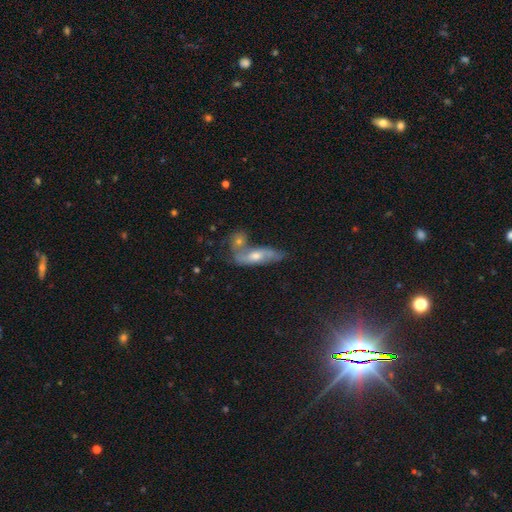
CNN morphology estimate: A featured or disk galaxy (52%).

Vote fractions:
- Smooth or featured? featured or disk: 52% / smooth: 37% / star or artifact: 11%
- Edge-on disk? no: 60% / yes: 40%
- Merging? merger: 38% / none: 37% / minor disturbance: 16% / major disturbance: 9%